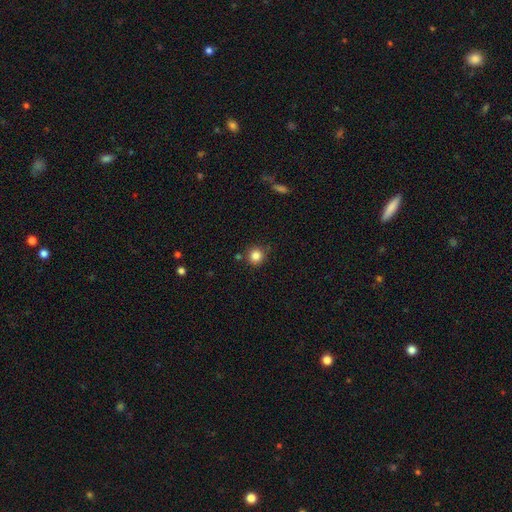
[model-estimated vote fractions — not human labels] Overall: smooth (84%). How rounded: round (93%). Merging: none (83%).